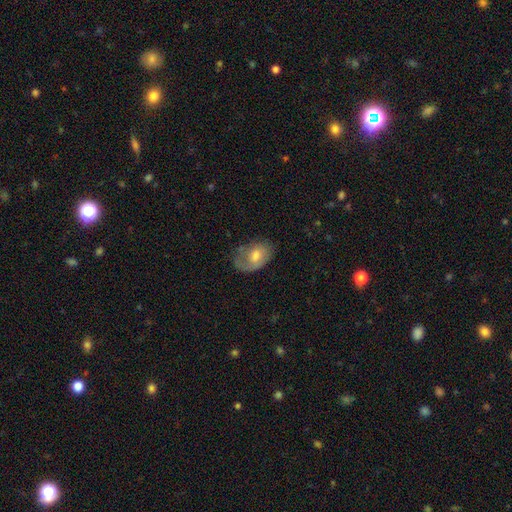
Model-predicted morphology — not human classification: smooth_or_featured: smooth (p=0.56) [alt: featured or disk p=0.37]
how_rounded: in between (p=0.83) [alt: round p=0.16]
merging: none (p=0.48) [alt: minor disturbance p=0.31]